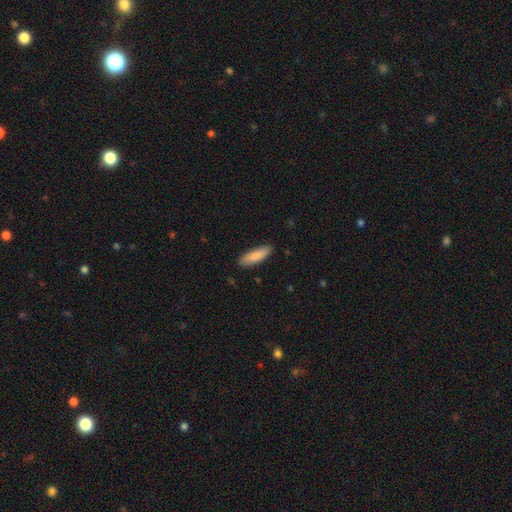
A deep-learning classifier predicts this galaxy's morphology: Smooth or featured? smooth (85%)
How rounded? cigar-shaped (55%)
Merging? none (87%)